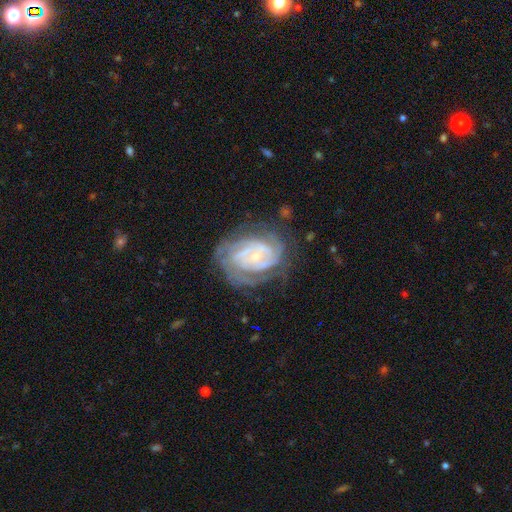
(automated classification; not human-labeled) Smooth or featured? featured or disk (85%)
Edge-on disk? no (97%)
Bar? no (59%)
Spiral arms? yes (95%)
Spiral winding? tight (73%)
Spiral arm count? can't tell (32%)
Bulge size? small (78%)
Merging? none (67%)